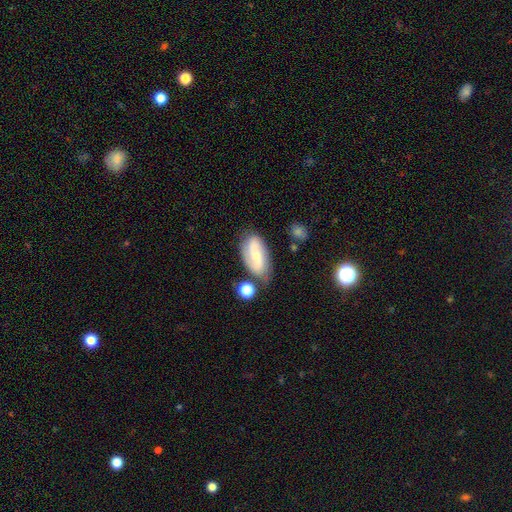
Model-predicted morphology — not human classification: featured or disk 62%, smooth 30%, star or artifact 7%. Down the decision tree: edge-on disk — no (94%); bar — weak (41%); spiral arms — yes (90%); spiral arm count — 2 (84%); spiral winding — medium (43%); bulge size — small (52%); merging — none (70%).